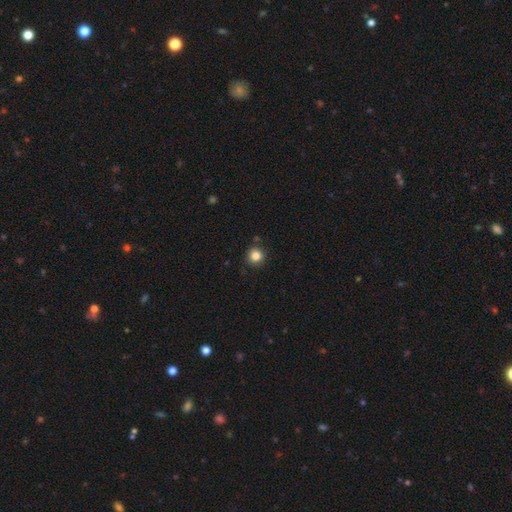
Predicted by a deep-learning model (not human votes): Smooth or featured?
  - smooth: 85% *
  - star or artifact: 11%
  - featured or disk: 5%
How rounded?
  - round: 93% *
  - in between: 6%
  - cigar-shaped: 1%
Merging?
  - none: 86% *
  - minor disturbance: 9%
  - merger: 3%
  - major disturbance: 2%